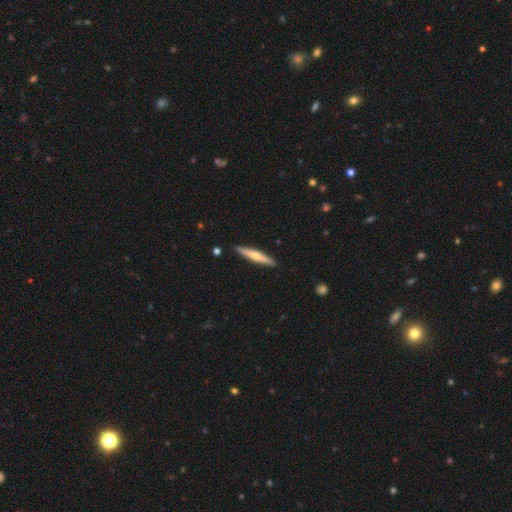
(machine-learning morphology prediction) This appears to be a featured or disk galaxy (52%) viewed edge-on (95%). Merging: none (90%).